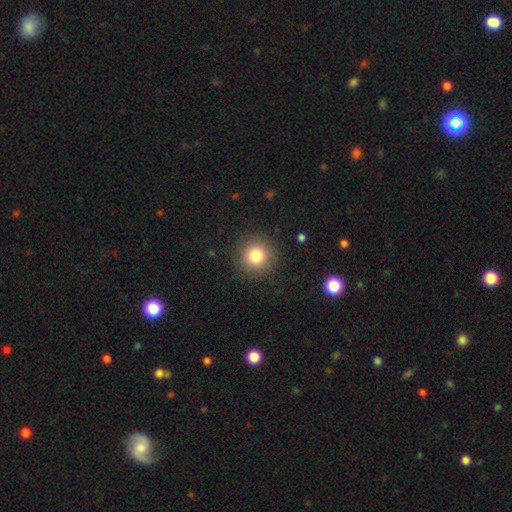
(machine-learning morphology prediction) Smooth or featured? Predicted: smooth (p=0.81). How rounded? Predicted: round (p=0.94). Merging? Predicted: none (p=0.90).